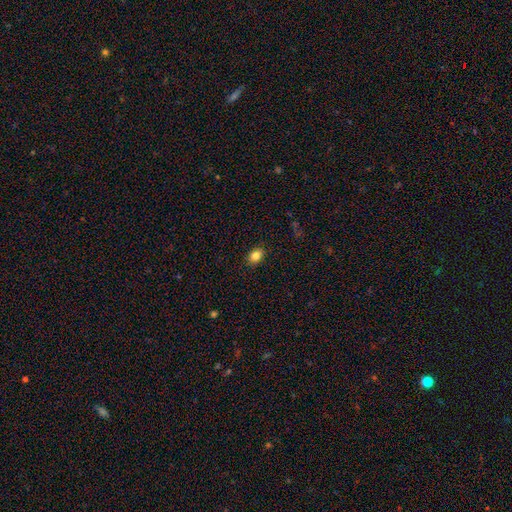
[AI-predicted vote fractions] The model was most divided on "how rounded": in between: 67%, round: 32%, cigar-shaped: 1%. More confident: merging — none (88%); smooth or featured — smooth (84%).